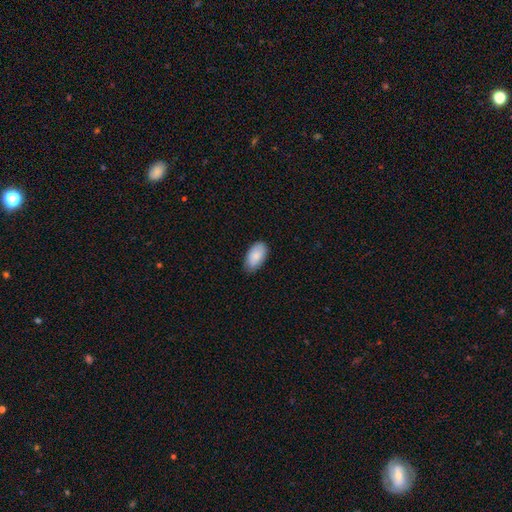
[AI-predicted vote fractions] Smooth or featured: smooth — 86% (featured or disk — 8%)
How rounded: in between — 95% (round — 3%)
Merging: none — 80% (minor disturbance — 17%)